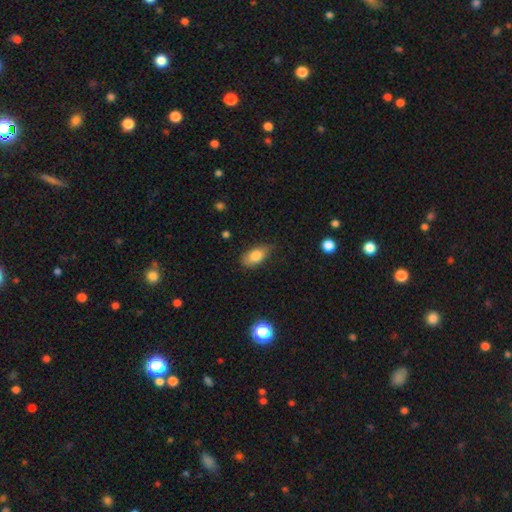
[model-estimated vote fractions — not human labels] Q: Smooth or featured?
A: smooth (80%); runner-up: featured or disk (12%)
Q: How rounded?
A: in between (90%); runner-up: round (6%)
Q: Merging?
A: none (71%); runner-up: minor disturbance (23%)